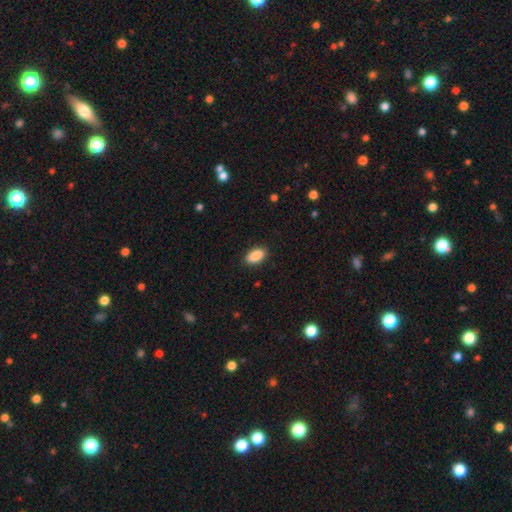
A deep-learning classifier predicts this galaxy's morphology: A smooth galaxy with no disk features (90%) that is in between round and cigar-shaped (92%). Merging: none (89%).